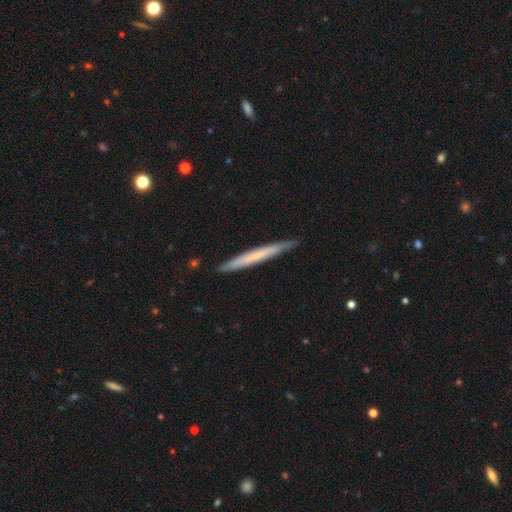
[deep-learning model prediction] Smooth or featured?
  - smooth: 58% *
  - featured or disk: 37%
  - star or artifact: 5%
How rounded?
  - cigar-shaped: 97% *
  - in between: 2%
  - round: 1%
Merging?
  - none: 90% *
  - minor disturbance: 8%
  - major disturbance: 1%
  - merger: 1%